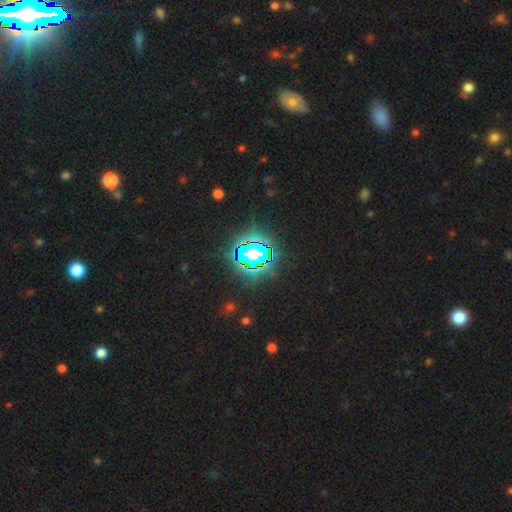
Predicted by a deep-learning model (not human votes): Smooth or featured?
  - star or artifact: 81% *
  - smooth: 12%
  - featured or disk: 7%